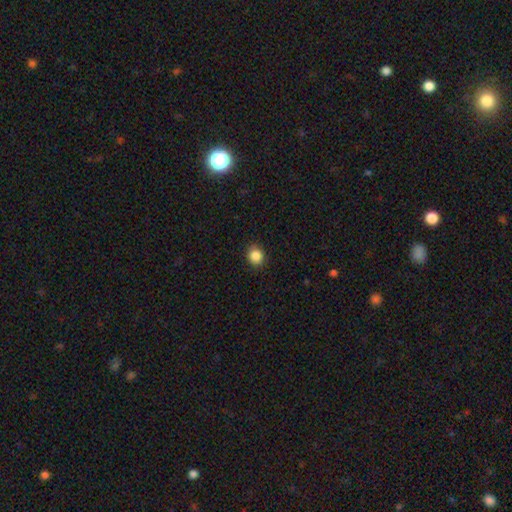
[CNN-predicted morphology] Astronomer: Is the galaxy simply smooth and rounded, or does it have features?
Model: smooth — 87%.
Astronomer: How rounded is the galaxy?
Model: round — 76%.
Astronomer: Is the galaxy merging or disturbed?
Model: none — 89%.